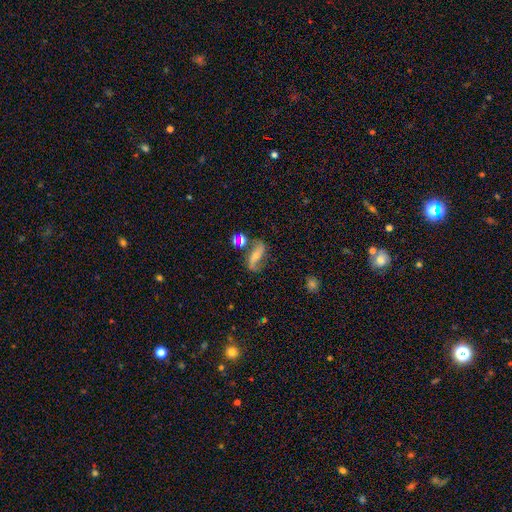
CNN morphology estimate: This appears to be a featured or disk galaxy (72%) with no bar (43%), 2 (88%) loose (80%) spiral arms (90%) and a small central bulge (57%). Merging: none (62%).